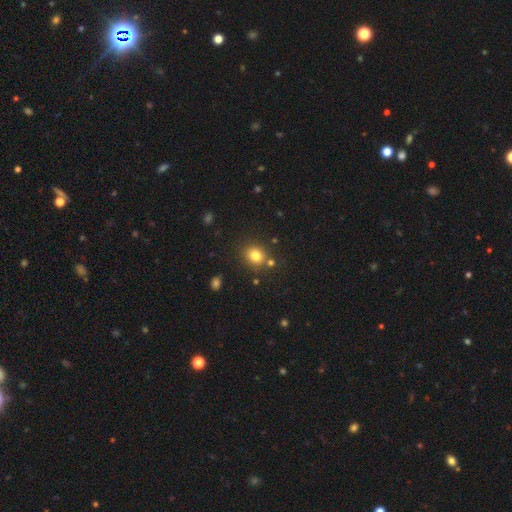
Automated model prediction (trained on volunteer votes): This appears to be a smooth galaxy with no disk features (79%) that is round (74%). Merging: none (78%).